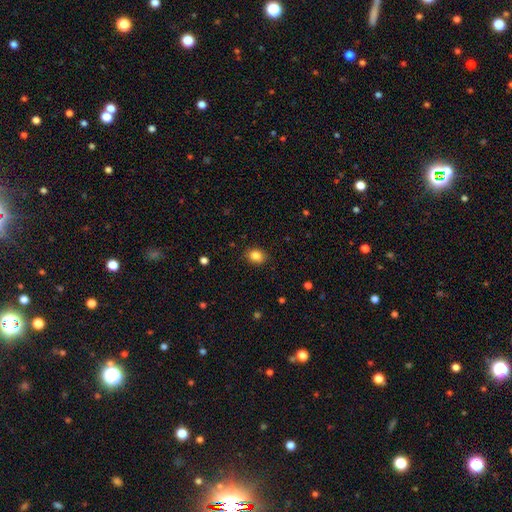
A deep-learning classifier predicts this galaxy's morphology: smooth-or-featured: smooth: 84% | star or artifact: 10% | featured or disk: 6%
  how-rounded: in between: 52% | round: 47% | cigar-shaped: 1%
  merging: none: 88% | minor disturbance: 9% | major disturbance: 2% | merger: 1%